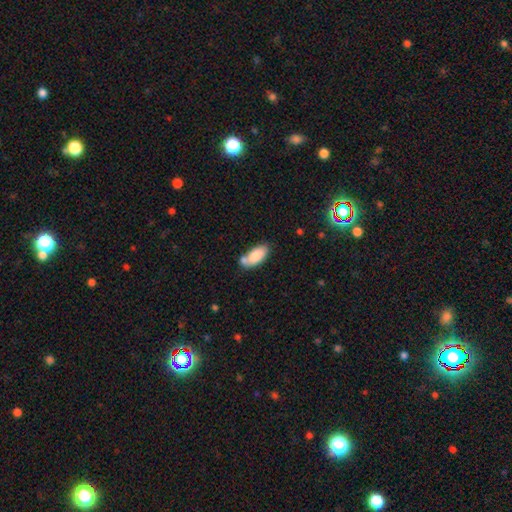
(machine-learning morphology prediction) Smooth or featured? smooth (85%)
How rounded? in between (89%)
Merging? none (52%)